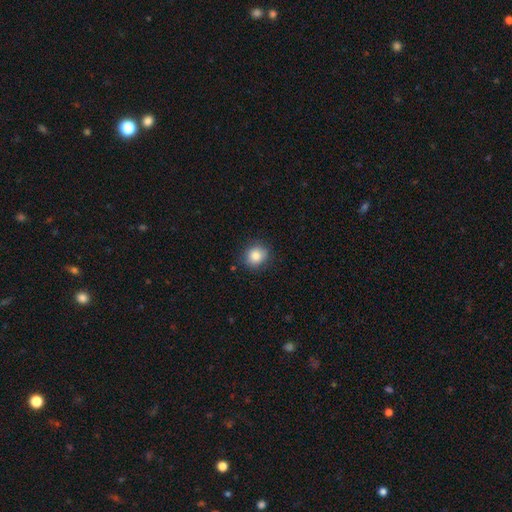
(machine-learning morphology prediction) smooth 85%, star or artifact 9%, featured or disk 6%. Down the decision tree: how rounded — round (80%); merging — none (85%).